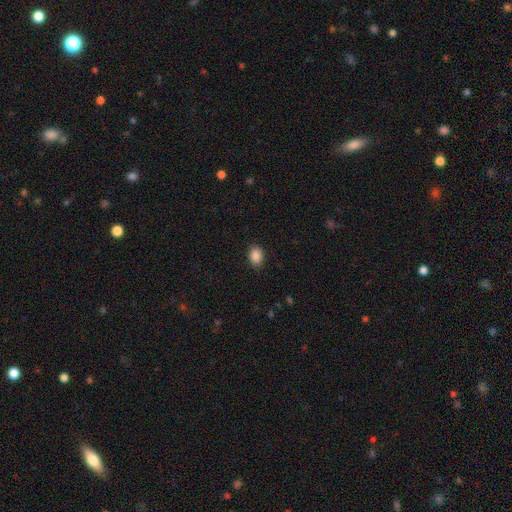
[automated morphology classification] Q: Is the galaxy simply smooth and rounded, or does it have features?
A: smooth — 88%.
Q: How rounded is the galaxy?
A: in between — 72%.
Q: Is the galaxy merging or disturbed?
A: none — 89%.